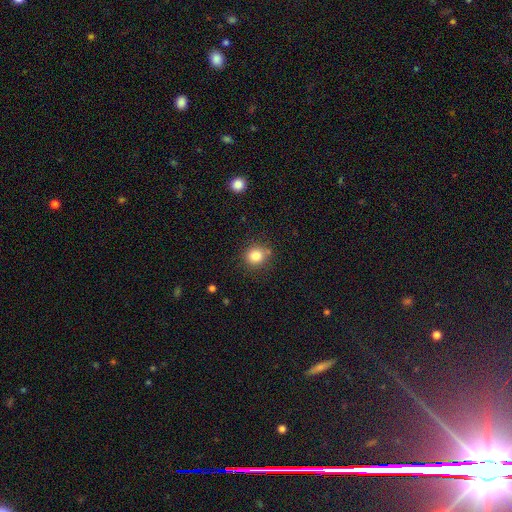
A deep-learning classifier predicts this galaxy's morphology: Overall: smooth (83%). How rounded: round (84%). Merging: none (79%).